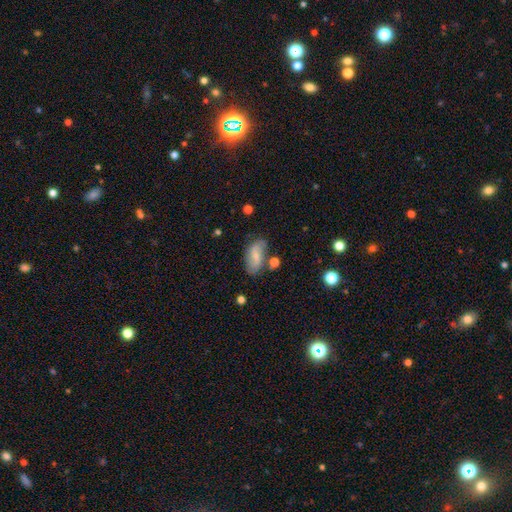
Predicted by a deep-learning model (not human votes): Smooth or featured: featured or disk — 48% (smooth — 44%)
Merging: none — 68% (minor disturbance — 20%)